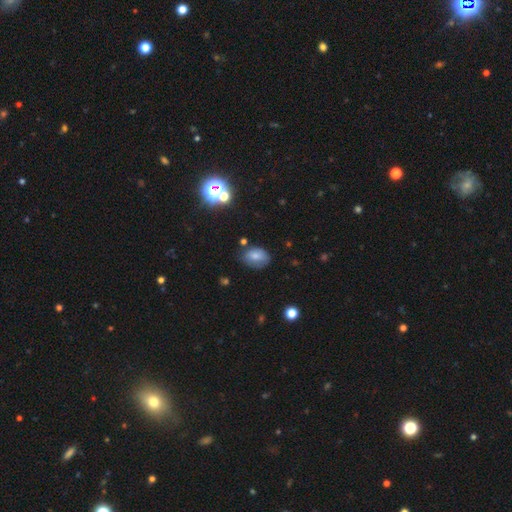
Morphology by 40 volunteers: Smooth or featured? 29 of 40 (72%) said smooth. How rounded? 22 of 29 (76%) said in between. Merging? 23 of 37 (62%) said none.